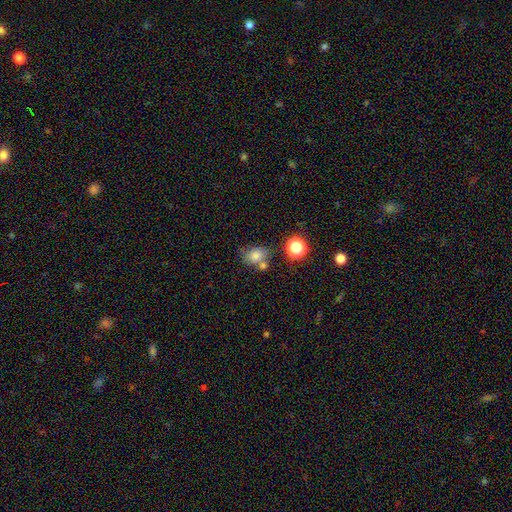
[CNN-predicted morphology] This appears to be a smooth galaxy with no disk features (77%) that is in between round and cigar-shaped (52%). Merging: none (53%).